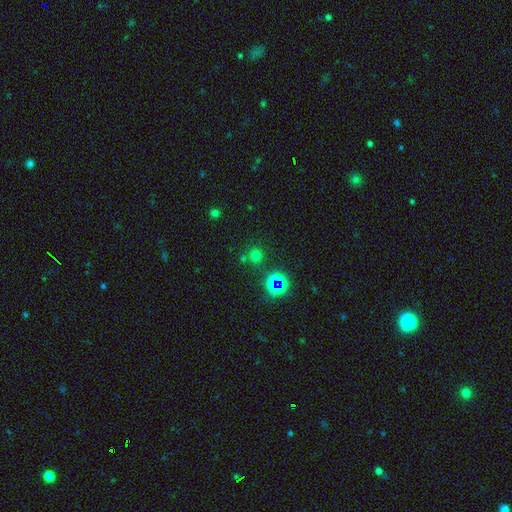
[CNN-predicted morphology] smooth-or-featured: smooth: 57% | star or artifact: 36% | featured or disk: 7%
  how-rounded: round: 90% | in between: 9% | cigar-shaped: 1%
  merging: none: 74% | merger: 13% | minor disturbance: 9% | major disturbance: 4%